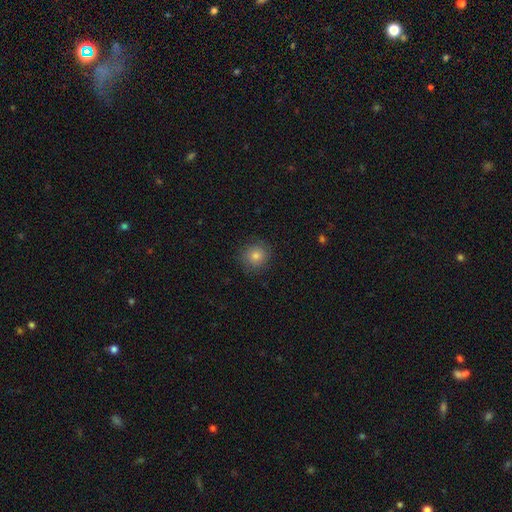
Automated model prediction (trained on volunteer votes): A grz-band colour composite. It shows a smooth galaxy with no disk features (77%) that is round (92%). Merging: none (87%).